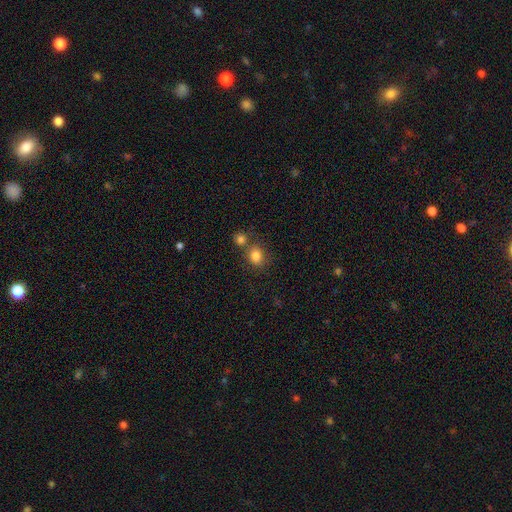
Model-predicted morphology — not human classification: Smooth or featured? smooth (82%)
How rounded? round (66%)
Merging? none (58%)